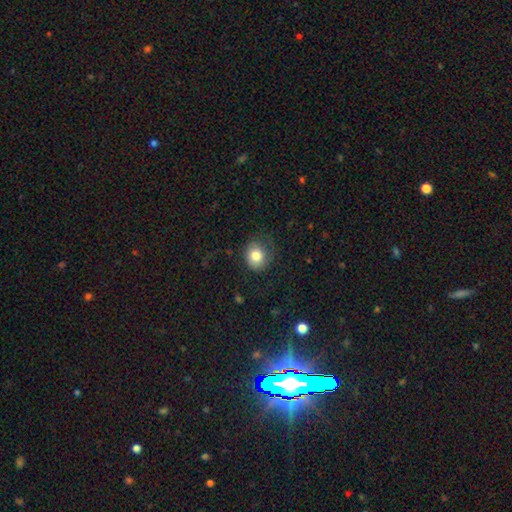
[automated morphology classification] smooth-or-featured: smooth: 79% | featured or disk: 11% | star or artifact: 9%
  how-rounded: round: 75% | in between: 24% | cigar-shaped: 1%
  merging: none: 69% | minor disturbance: 20% | major disturbance: 10% | merger: 1%